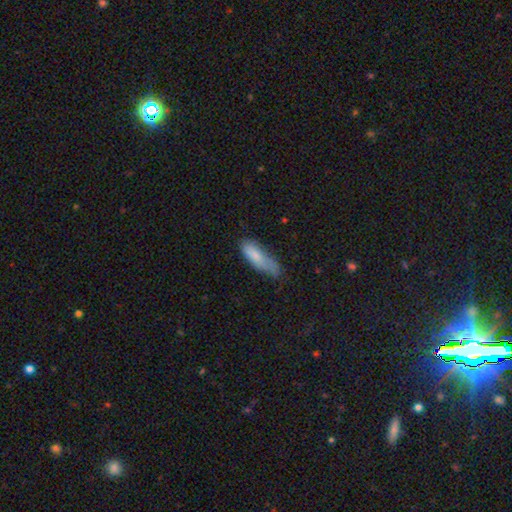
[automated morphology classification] smooth_or_featured: smooth (p=0.80) [alt: featured or disk p=0.14]
how_rounded: in between (p=0.51) [alt: cigar-shaped p=0.47]
merging: none (p=0.44) [alt: minor disturbance p=0.40]